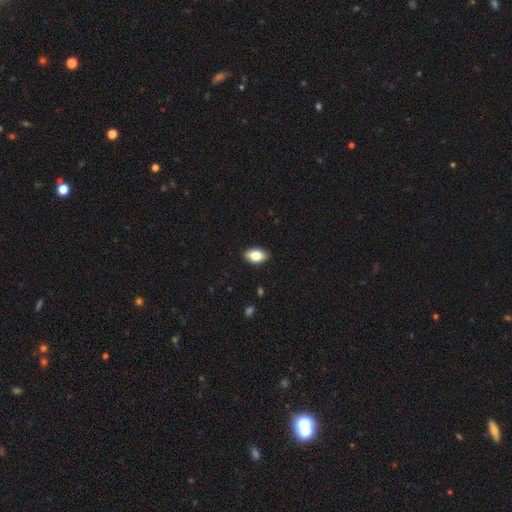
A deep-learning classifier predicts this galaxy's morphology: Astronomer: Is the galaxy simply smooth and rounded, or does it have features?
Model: smooth — 79%.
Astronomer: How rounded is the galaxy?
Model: in between — 90%.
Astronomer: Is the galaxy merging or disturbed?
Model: none — 89%.